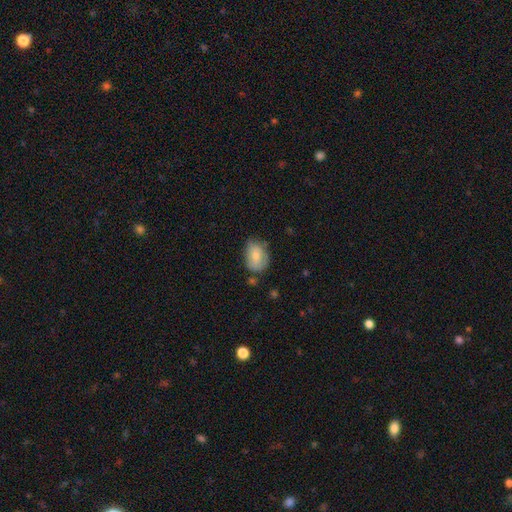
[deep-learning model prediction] smooth 75%, featured or disk 18%, star or artifact 7%. Down the decision tree: how rounded — in between (77%); merging — none (56%).